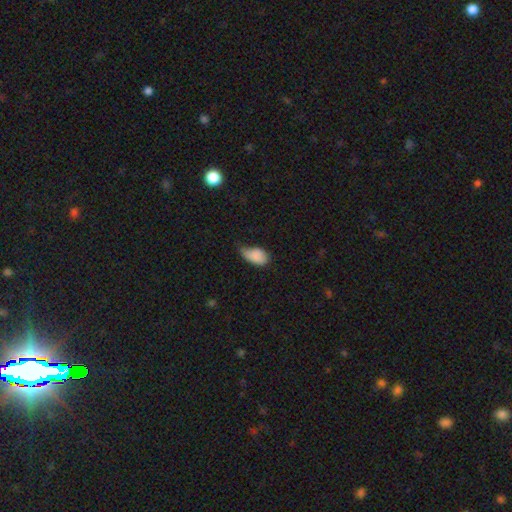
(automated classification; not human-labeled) This is clearly a smooth galaxy (85%). How rounded: clearly in between (92%). Merging: possibly minor disturbance (53%).